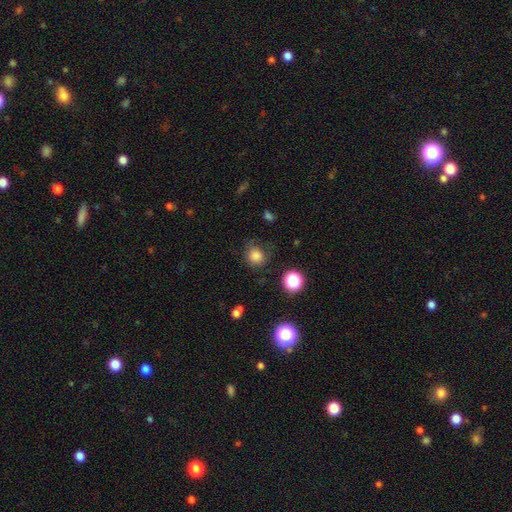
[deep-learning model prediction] A smooth galaxy with no disk features (80%) that is round (85%). Merging: none (70%).